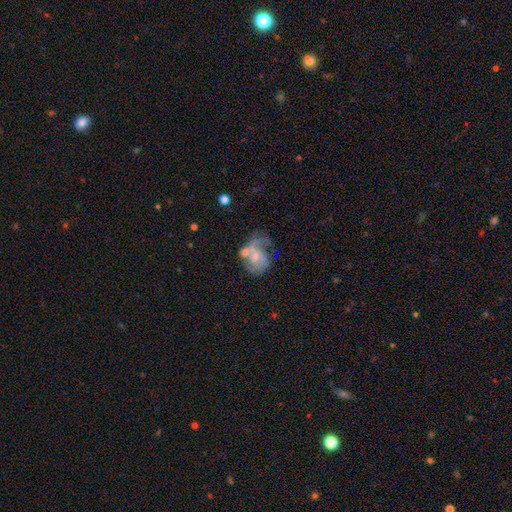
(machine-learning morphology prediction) This is likely a featured or disk galaxy (70%). It is clearly not viewed edge-on (98%). Bar: possibly no (57%). Spiral arm pattern: likely yes (79%). Spiral arm count: possibly 2 (46%). Spiral winding: marginally medium (44%). Central bulge: marginally small (45%). Merging: marginally major disturbance (31%).